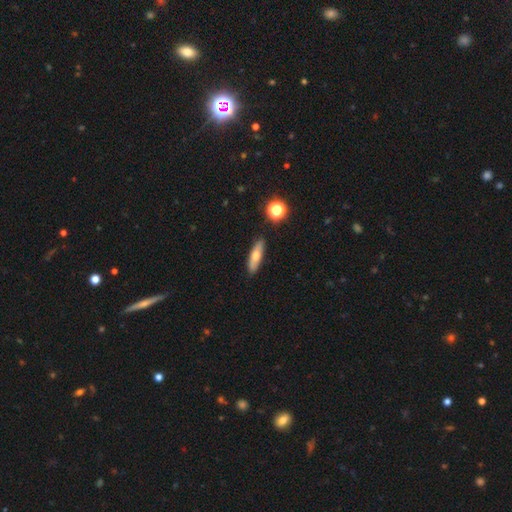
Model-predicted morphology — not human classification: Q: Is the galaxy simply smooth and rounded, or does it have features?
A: smooth — 61%.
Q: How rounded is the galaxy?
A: cigar-shaped — 62%.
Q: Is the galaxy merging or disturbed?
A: none — 88%.